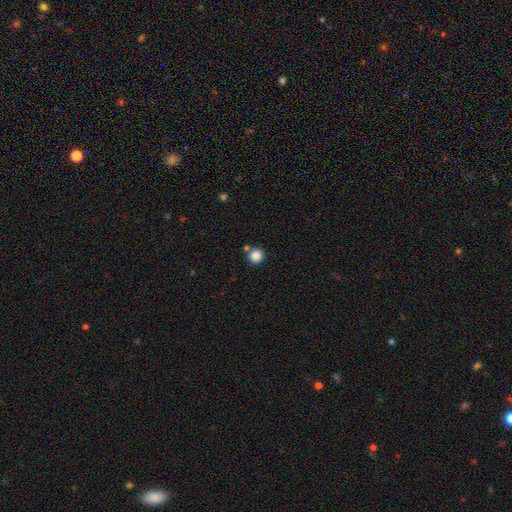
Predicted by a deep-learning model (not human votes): A smooth galaxy with no disk features (85%) that is round (94%).

Vote fractions:
- Smooth or featured? smooth: 85% / star or artifact: 11% / featured or disk: 4%
- How rounded? round: 94% / in between: 5% / cigar-shaped: 1%
- Merging? none: 81% / merger: 10% / minor disturbance: 7% / major disturbance: 2%